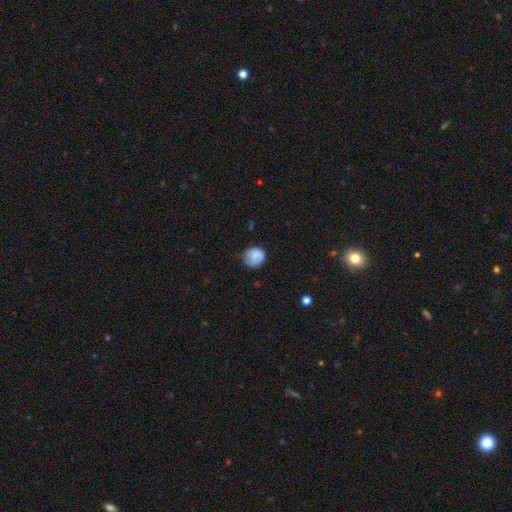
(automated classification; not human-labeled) smooth 80%, featured or disk 13%, star or artifact 7%. Down the decision tree: how rounded — round (85%); merging — none (62%).